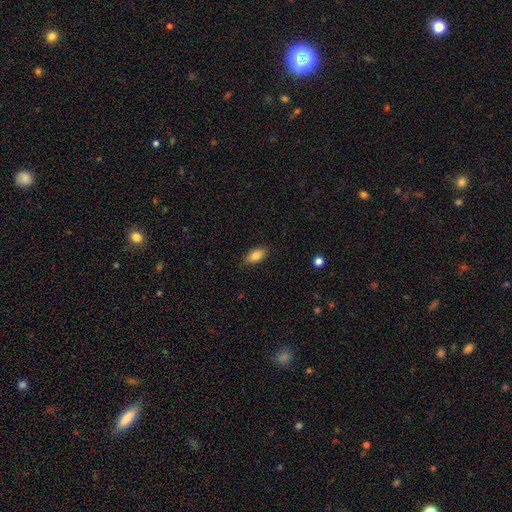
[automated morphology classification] Smooth or featured: smooth — 82% (featured or disk — 10%)
How rounded: in between — 89% (cigar-shaped — 6%)
Merging: none — 85% (minor disturbance — 12%)